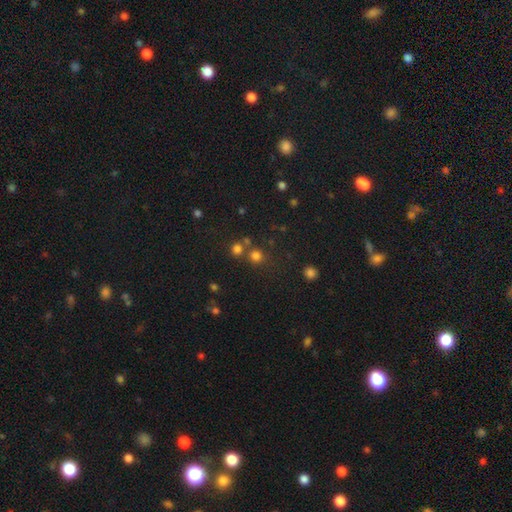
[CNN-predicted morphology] Smooth or featured? smooth (73%)
How rounded? round (90%)
Merging? none (67%)